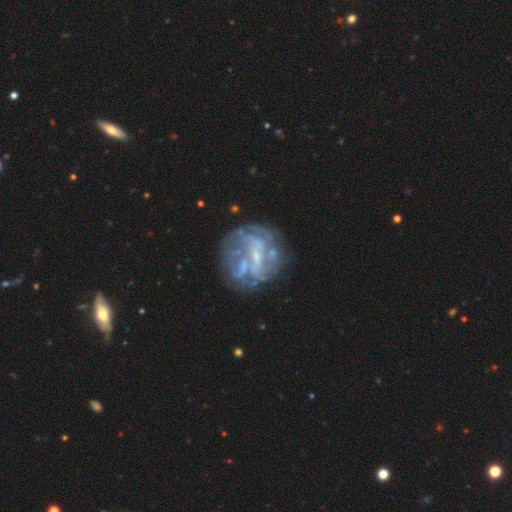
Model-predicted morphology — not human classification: A featured or disk galaxy (70%) with no bar (42%), no spiral arms (59%) and a small central bulge (46%).

Vote fractions:
- Smooth or featured? featured or disk: 70% / smooth: 16% / star or artifact: 13%
- Edge-on disk? no: 97% / yes: 3%
- Bar? no: 42% / weak: 37% / strong: 20%
- Spiral arms? no: 59% / yes: 41%
- Bulge size? small: 46% / none: 35% / moderate: 16% / large: 2% / dominant: 1%
- Merging? none: 59% / major disturbance: 18% / minor disturbance: 16% / merger: 7%